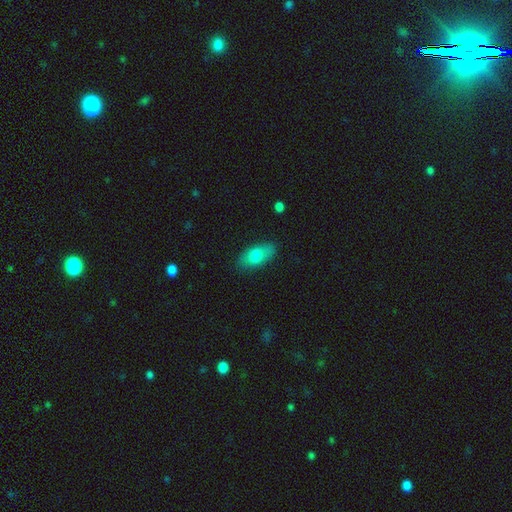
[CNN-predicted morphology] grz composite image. It shows a smooth galaxy with no disk features (76%) that is in between round and cigar-shaped (89%). Merging: none (83%).